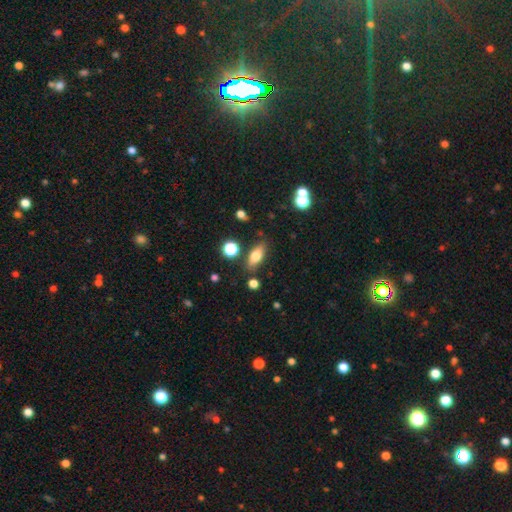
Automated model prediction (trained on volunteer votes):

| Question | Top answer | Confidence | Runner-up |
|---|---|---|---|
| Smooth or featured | smooth | 73% | featured or disk (18%) |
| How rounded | in between | 75% | cigar-shaped (20%) |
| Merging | none | 80% | minor disturbance (12%) |